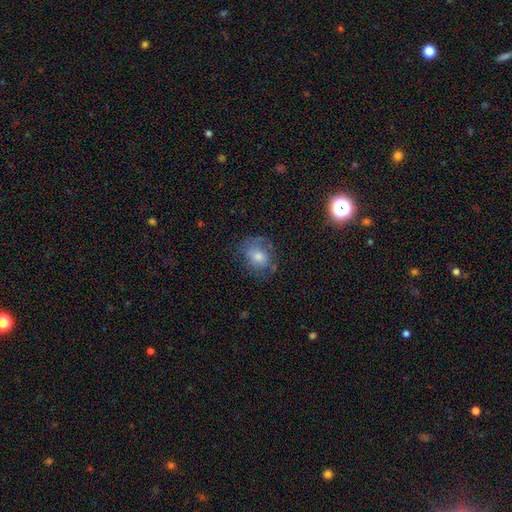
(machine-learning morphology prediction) smooth-or-featured: smooth: 47% | featured or disk: 34% | star or artifact: 19%
  merging: none: 71% | minor disturbance: 18% | major disturbance: 9% | merger: 2%